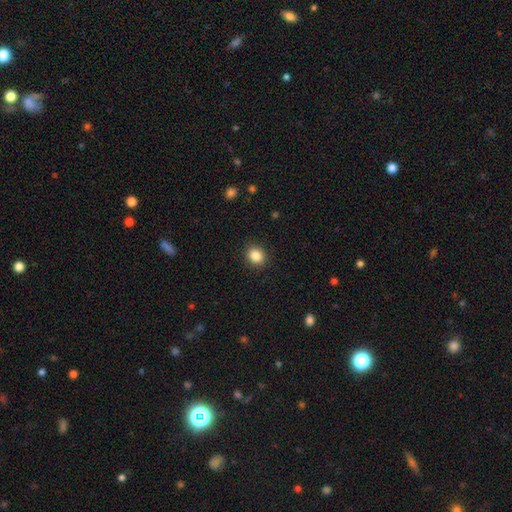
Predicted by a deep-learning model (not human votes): Smooth or featured: smooth — 86% (star or artifact — 10%)
How rounded: round — 67% (in between — 33%)
Merging: none — 90% (minor disturbance — 7%)